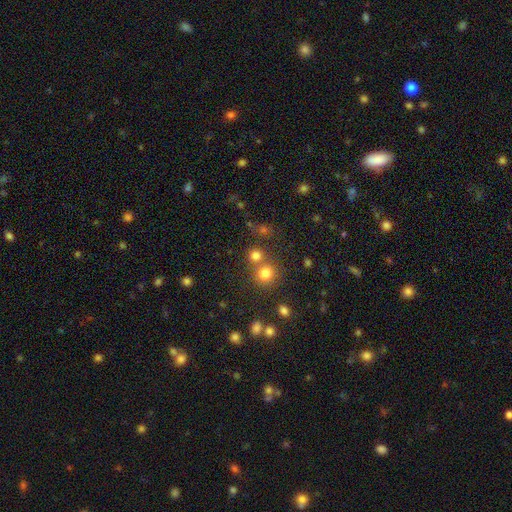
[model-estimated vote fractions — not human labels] smooth_or_featured: smooth (p=0.77) [alt: star or artifact p=0.16]
how_rounded: round (p=0.88) [alt: in between p=0.11]
merging: none (p=0.62) [alt: merger p=0.28]